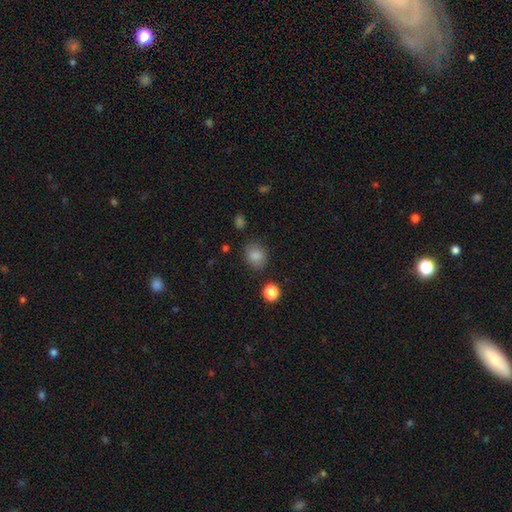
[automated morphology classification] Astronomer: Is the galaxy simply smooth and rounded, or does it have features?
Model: smooth — 85%.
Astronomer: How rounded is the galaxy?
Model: round — 68%.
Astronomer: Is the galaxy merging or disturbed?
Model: none — 81%.